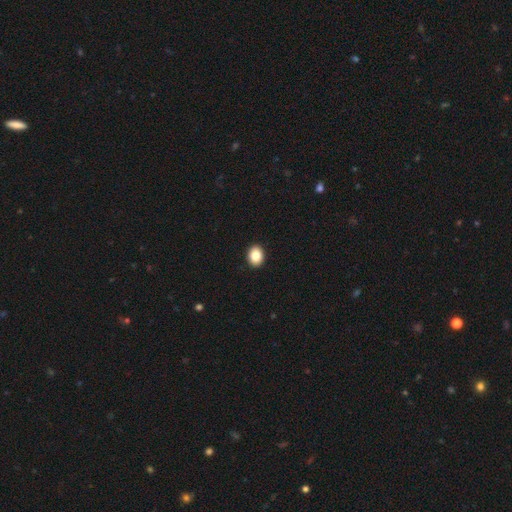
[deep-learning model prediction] Smooth or featured: smooth — 87% (star or artifact — 8%)
How rounded: in between — 61% (round — 38%)
Merging: none — 92% (minor disturbance — 5%)